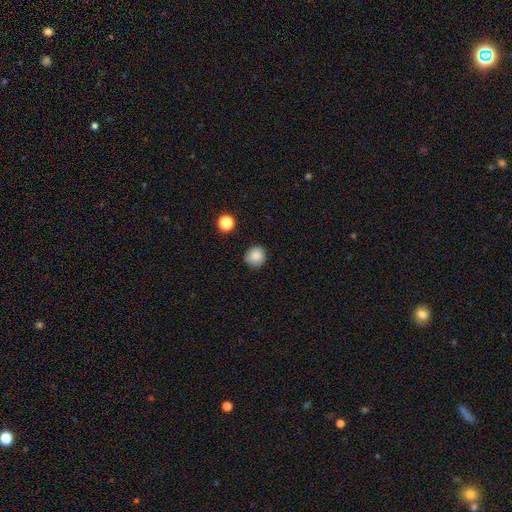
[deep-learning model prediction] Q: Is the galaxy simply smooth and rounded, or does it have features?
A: smooth — 85%.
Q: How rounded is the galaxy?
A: round — 89%.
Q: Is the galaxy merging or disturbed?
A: none — 82%.